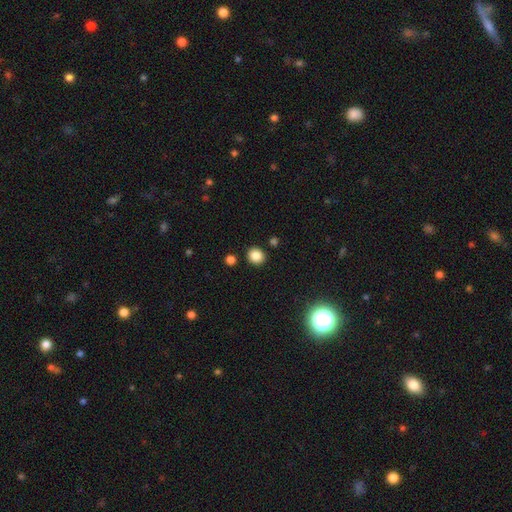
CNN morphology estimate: This appears to be a smooth galaxy with no disk features (85%) that is round (82%). Merging: none (88%).